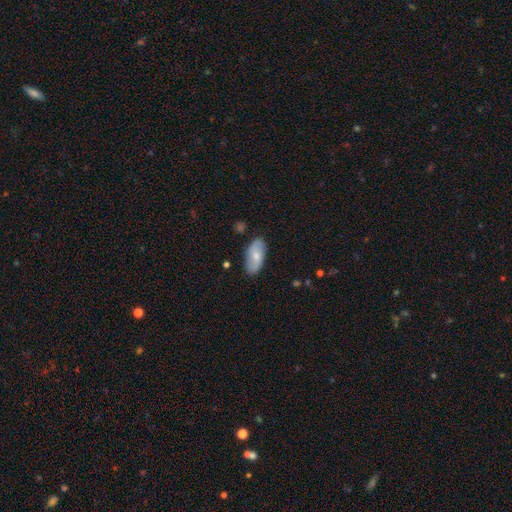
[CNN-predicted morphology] smooth 59%, featured or disk 35%, star or artifact 6%. Down the decision tree: how rounded — in between (92%); merging — none (82%).